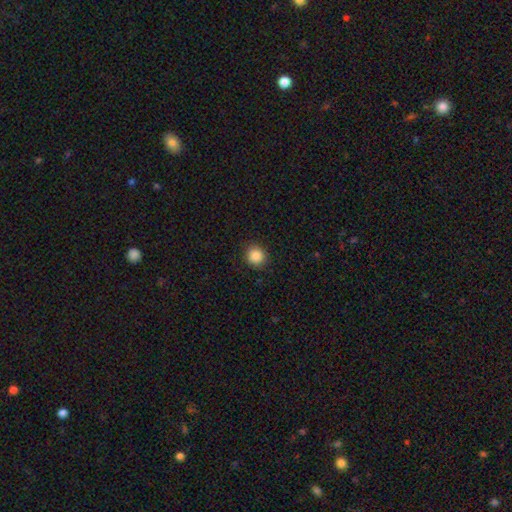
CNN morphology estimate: A smooth galaxy with no disk features (87%) that is round (90%).

Vote fractions:
- Smooth or featured? smooth: 87% / star or artifact: 10% / featured or disk: 4%
- How rounded? round: 90% / in between: 9% / cigar-shaped: 1%
- Merging? none: 89% / minor disturbance: 7% / major disturbance: 2% / merger: 1%